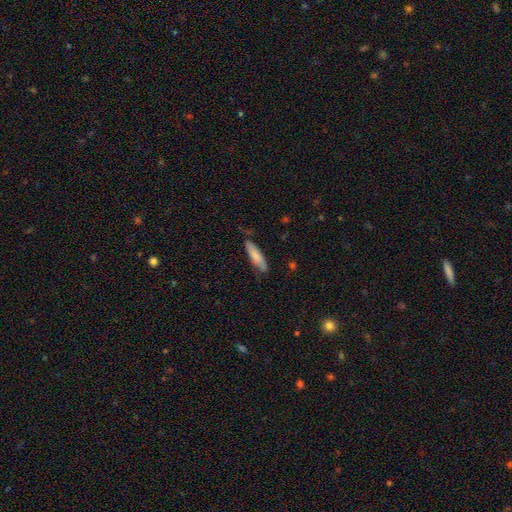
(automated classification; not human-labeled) Smooth or featured? smooth (79%)
How rounded? cigar-shaped (70%)
Merging? none (74%)